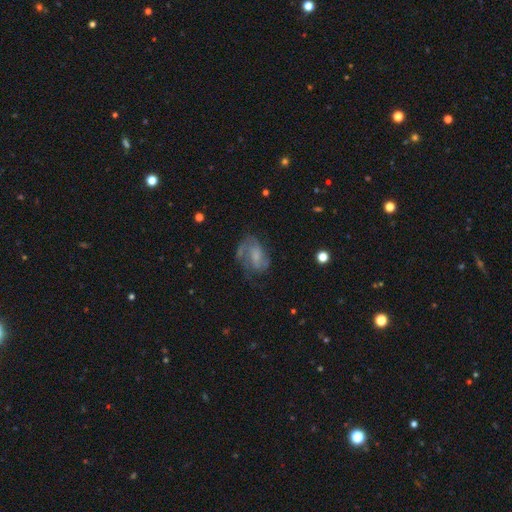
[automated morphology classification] This is likely a featured or disk galaxy (68%). It is clearly not viewed edge-on (97%). Bar: possibly no (48%). Spiral arm pattern: clearly yes (83%). Spiral arm count: possibly 2 (46%). Spiral winding: possibly medium (46%). Central bulge: marginally small (43%). Merging: possibly none (49%).